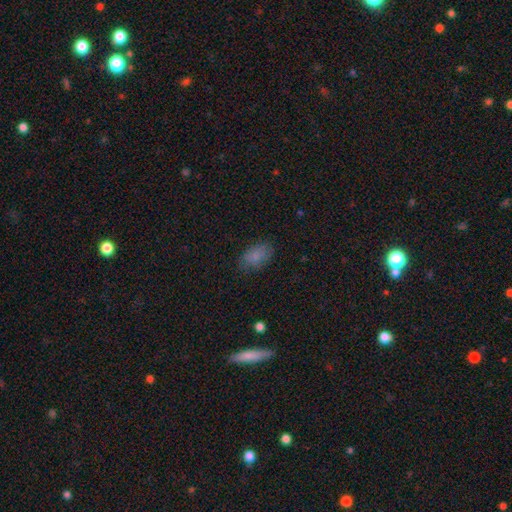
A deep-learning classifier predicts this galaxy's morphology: A smooth galaxy with no disk features (82%) that is in between round and cigar-shaped (91%).

Vote fractions:
- Smooth or featured? smooth: 82% / star or artifact: 9% / featured or disk: 8%
- How rounded? in between: 91% / round: 7% / cigar-shaped: 2%
- Merging? none: 78% / minor disturbance: 17% / major disturbance: 4% / merger: 1%